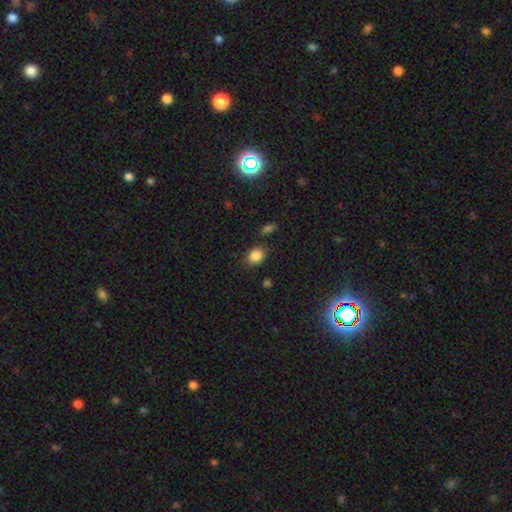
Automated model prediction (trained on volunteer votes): smooth_or_featured: smooth (p=0.85) [alt: star or artifact p=0.10]
how_rounded: round (p=0.52) [alt: in between p=0.47]
merging: none (p=0.80) [alt: minor disturbance p=0.12]